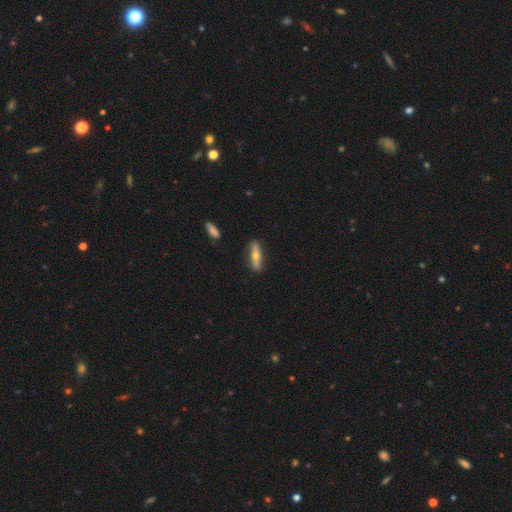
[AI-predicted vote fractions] Q: Smooth or featured?
A: featured or disk (49%); runner-up: smooth (45%)
Q: Merging?
A: none (83%); runner-up: minor disturbance (12%)